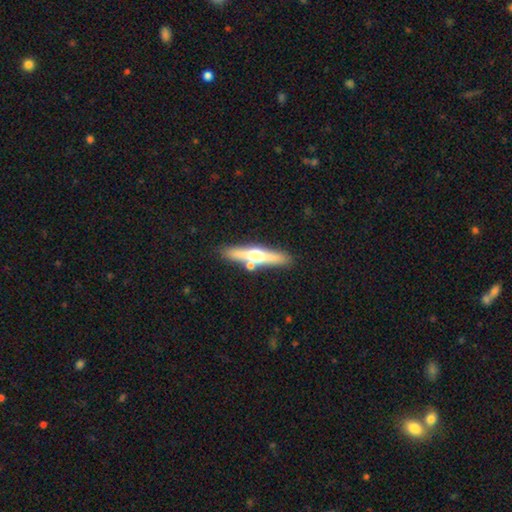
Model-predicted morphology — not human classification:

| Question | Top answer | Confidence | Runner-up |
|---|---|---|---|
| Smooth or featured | featured or disk | 60% | smooth (34%) |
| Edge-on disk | yes | 94% | no (6%) |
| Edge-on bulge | rounded | 94% | none (3%) |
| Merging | none | 78% | merger (10%) |